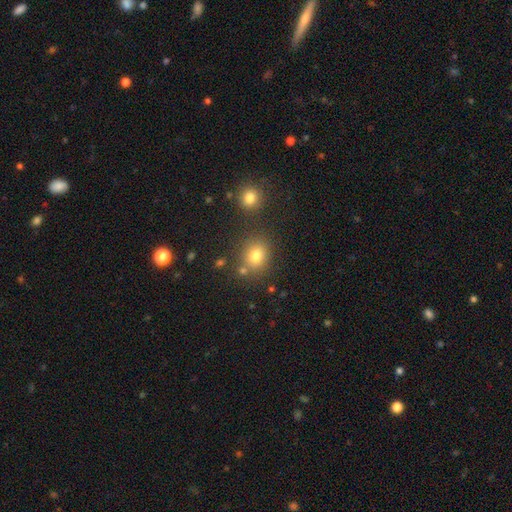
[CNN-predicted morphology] The model was most divided on "how rounded": round: 73%, in between: 26%, cigar-shaped: 1%. More confident: smooth or featured — smooth (77%); merging — none (76%).